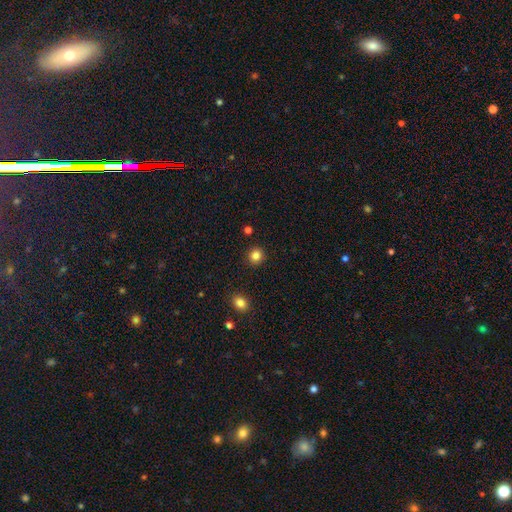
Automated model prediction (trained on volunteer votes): Q: Smooth or featured?
A: smooth (84%); runner-up: star or artifact (12%)
Q: How rounded?
A: round (91%); runner-up: in between (8%)
Q: Merging?
A: none (92%); runner-up: minor disturbance (5%)